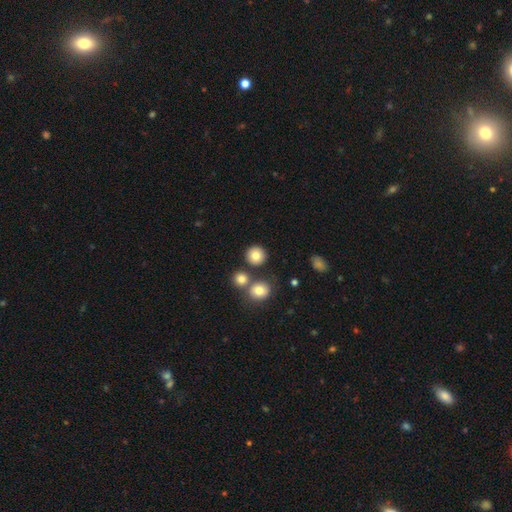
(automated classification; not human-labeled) Overall: smooth (80%). How rounded: round (92%). Merging: none (80%).